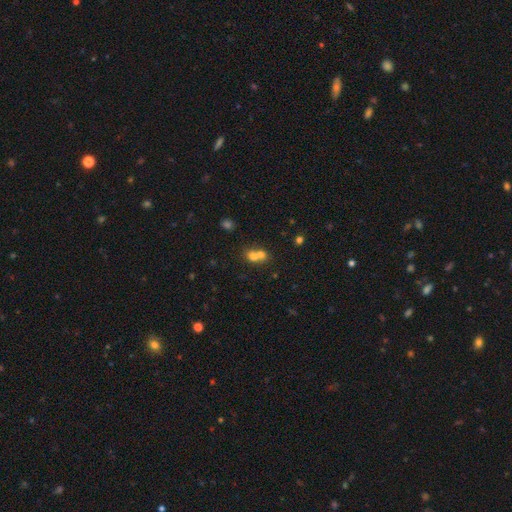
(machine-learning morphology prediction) This appears to be a smooth galaxy with no disk features (68%) that is round (66%). Merging: merger (69%).